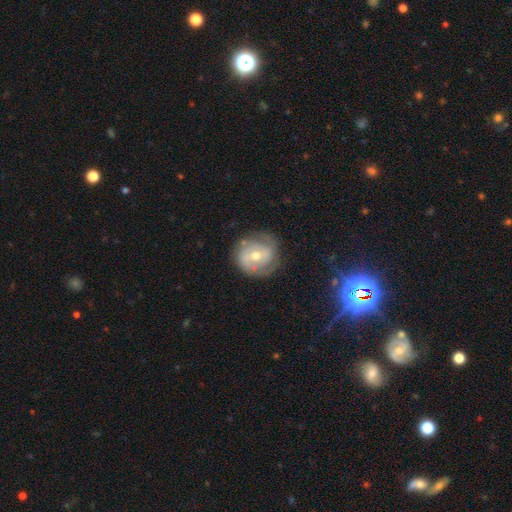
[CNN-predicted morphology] Q: Smooth or featured?
A: featured or disk (71%); runner-up: smooth (20%)
Q: Edge-on disk?
A: no (97%); runner-up: yes (3%)
Q: Bar?
A: no (45%); runner-up: weak (40%)
Q: Spiral arms?
A: yes (86%); runner-up: no (14%)
Q: Spiral winding?
A: tight (53%); runner-up: medium (35%)
Q: Spiral arm count?
A: 2 (50%); runner-up: can't tell (28%)
Q: Bulge size?
A: moderate (58%); runner-up: small (39%)
Q: Merging?
A: none (72%); runner-up: minor disturbance (18%)